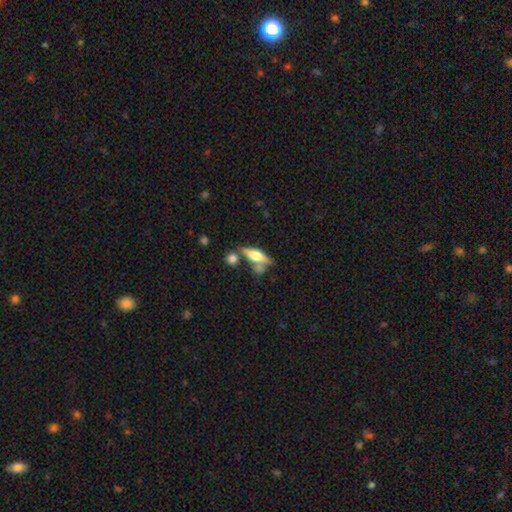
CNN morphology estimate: Smooth or featured? Predicted: featured or disk (p=0.51). Edge-on disk? Predicted: yes (p=0.90). Merging? Predicted: none (p=0.60).